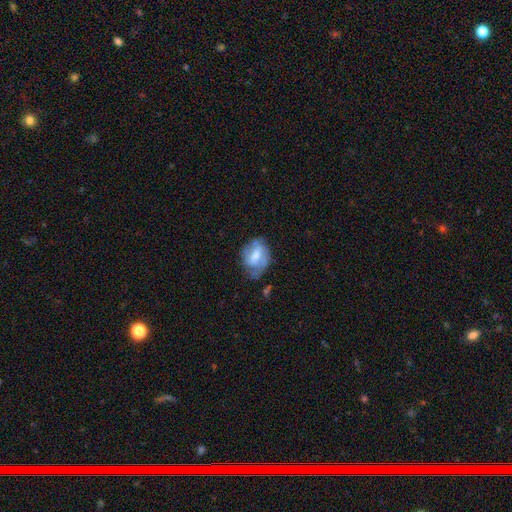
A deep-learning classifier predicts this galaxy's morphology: The model was most divided on "smooth or featured": featured or disk: 52%, smooth: 41%, star or artifact: 7%. More confident: edge-on disk — no (95%); merging — none (50%).